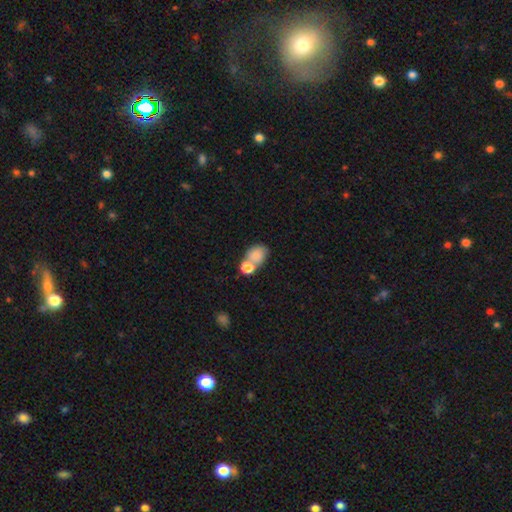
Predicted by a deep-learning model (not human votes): smooth 80%, featured or disk 10%, star or artifact 9%. Down the decision tree: how rounded — in between (58%); merging — merger (48%).